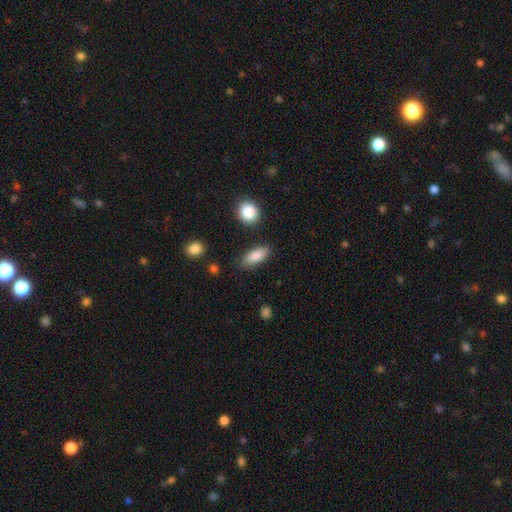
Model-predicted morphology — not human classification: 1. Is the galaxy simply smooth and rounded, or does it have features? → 86% smooth, 7% featured or disk, 7% star or artifact.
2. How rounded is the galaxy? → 78% in between, 18% cigar-shaped, 3% round.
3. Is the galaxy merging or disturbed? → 82% none, 12% minor disturbance, 3% major disturbance, 3% merger.